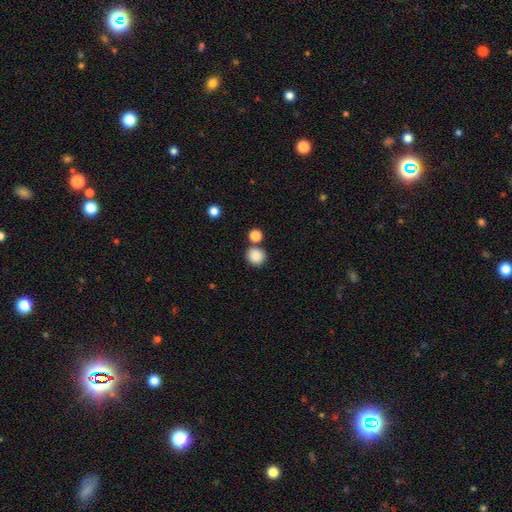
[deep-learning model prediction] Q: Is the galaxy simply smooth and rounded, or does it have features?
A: smooth — 87%.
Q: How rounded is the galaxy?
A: round — 89%.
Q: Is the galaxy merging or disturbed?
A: none — 76%.